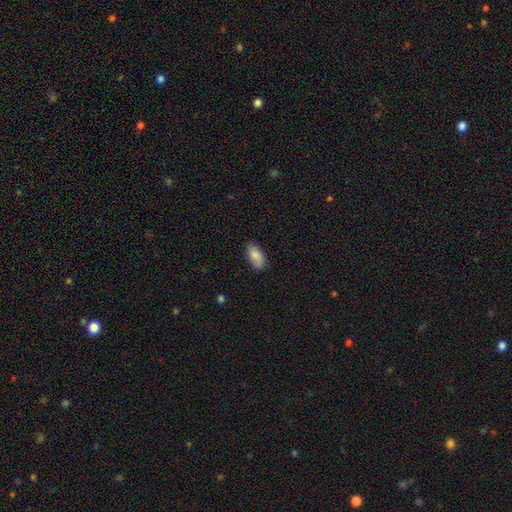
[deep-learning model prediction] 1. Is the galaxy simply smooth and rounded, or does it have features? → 84% smooth, 9% featured or disk, 7% star or artifact.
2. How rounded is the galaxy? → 92% in between, 5% cigar-shaped, 3% round.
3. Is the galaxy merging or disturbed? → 76% none, 19% minor disturbance, 3% major disturbance, 2% merger.